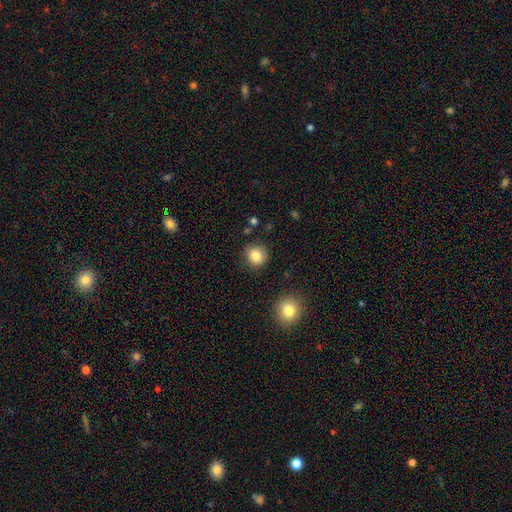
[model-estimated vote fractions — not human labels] Overall: smooth (84%). How rounded: round (87%). Merging: none (83%).